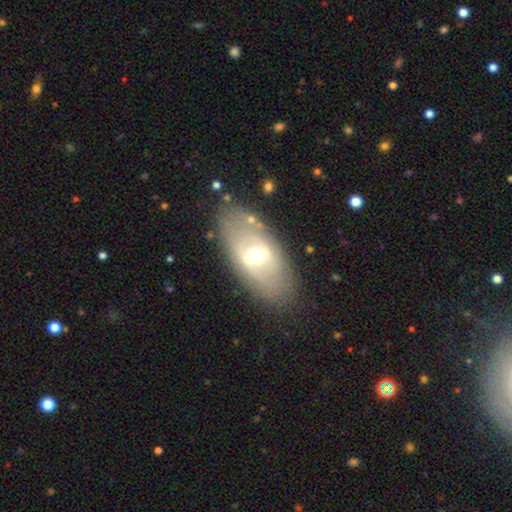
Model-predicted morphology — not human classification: This is possibly a featured or disk galaxy (55%). It is clearly not viewed edge-on (85%). Merging: clearly none (81%).